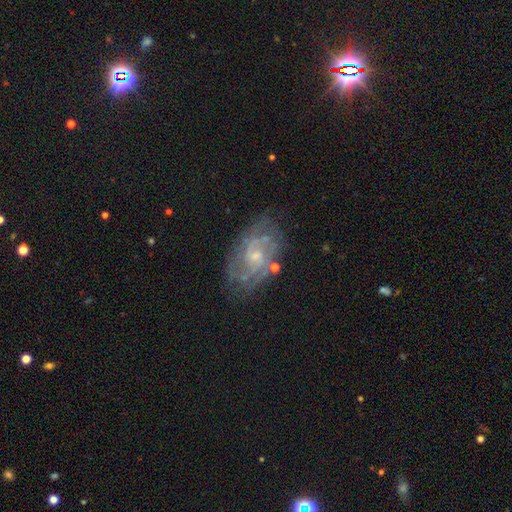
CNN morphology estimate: featured or disk 80%, smooth 13%, star or artifact 7%. Down the decision tree: edge-on disk — no (96%); bar — no (60%); spiral arms — yes (86%); spiral arm count — can't tell (38%); spiral winding — tight (48%); bulge size — small (62%); merging — none (69%).